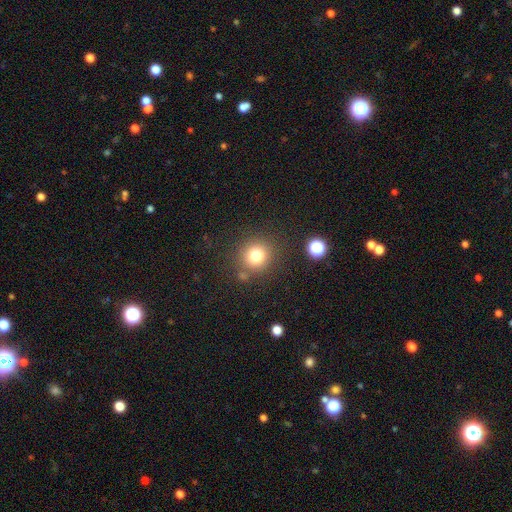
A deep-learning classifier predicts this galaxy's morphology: A smooth galaxy with no disk features (78%) that is round (92%).

Vote fractions:
- Smooth or featured? smooth: 78% / star or artifact: 14% / featured or disk: 8%
- How rounded? round: 92% / in between: 7% / cigar-shaped: 1%
- Merging? none: 82% / minor disturbance: 9% / merger: 6% / major disturbance: 4%